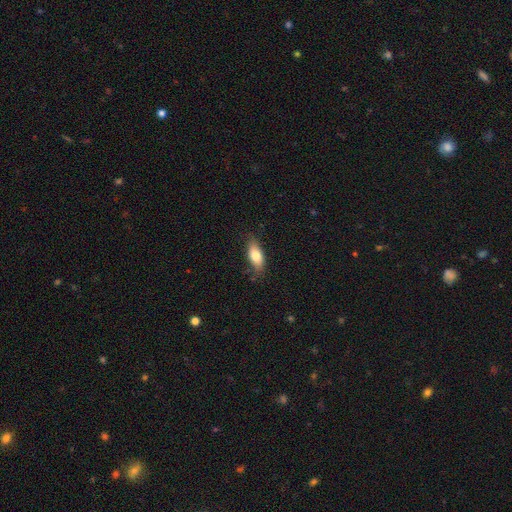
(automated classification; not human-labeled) smooth-or-featured: smooth: 77% | featured or disk: 16% | star or artifact: 7%
  how-rounded: in between: 83% | cigar-shaped: 13% | round: 4%
  merging: none: 73% | minor disturbance: 21% | major disturbance: 4% | merger: 1%